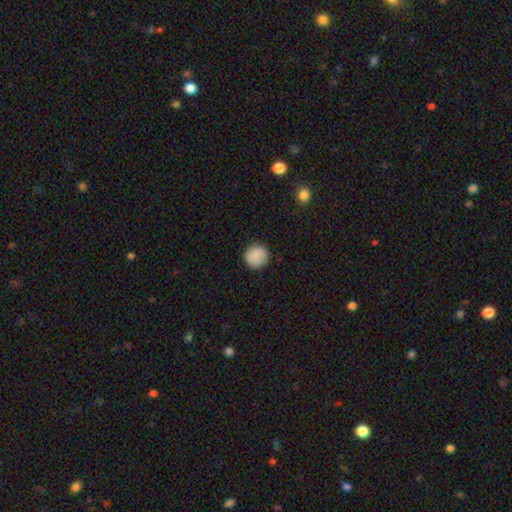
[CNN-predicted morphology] Q: Smooth or featured?
A: smooth (87%); runner-up: star or artifact (7%)
Q: How rounded?
A: round (94%); runner-up: in between (5%)
Q: Merging?
A: none (89%); runner-up: minor disturbance (8%)